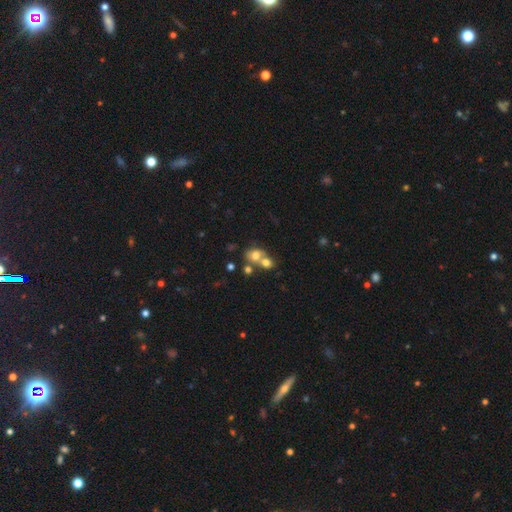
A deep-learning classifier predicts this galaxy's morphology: type=smooth (68%); roundness=round (54%); merging=merger (60%).